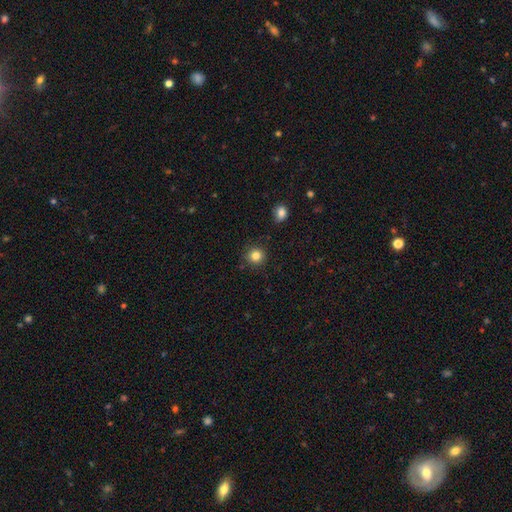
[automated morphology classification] Smooth or featured?
  - smooth: 83% *
  - star or artifact: 12%
  - featured or disk: 5%
How rounded?
  - round: 93% *
  - in between: 6%
  - cigar-shaped: 1%
Merging?
  - none: 89% *
  - minor disturbance: 7%
  - major disturbance: 2%
  - merger: 2%